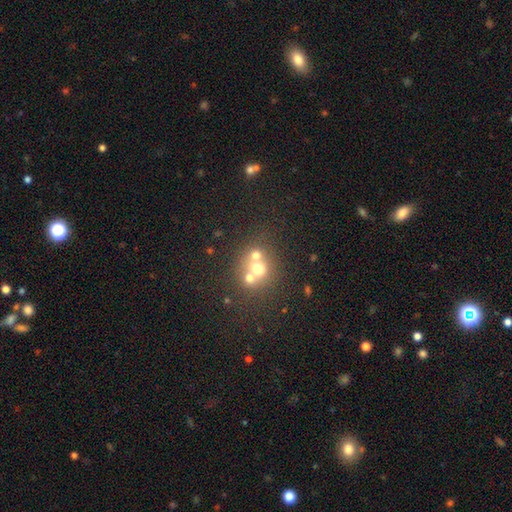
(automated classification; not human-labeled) Overall: smooth (59%; featured or disk 22%). How rounded: round (80%). Merging: merger (54%; none 36%).